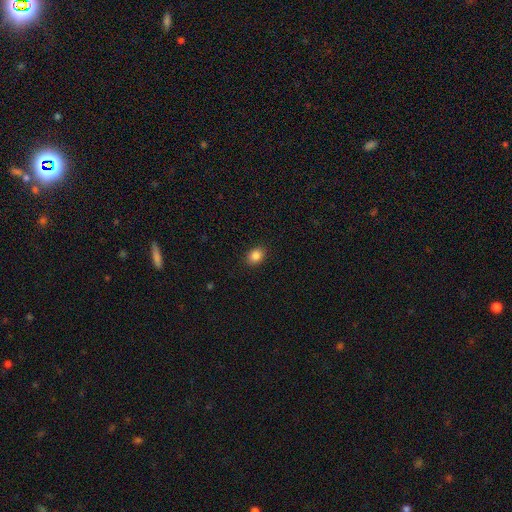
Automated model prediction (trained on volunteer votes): Smooth or featured? Predicted: smooth (p=0.86). How rounded? Predicted: in between (p=0.57). Merging? Predicted: none (p=0.90).